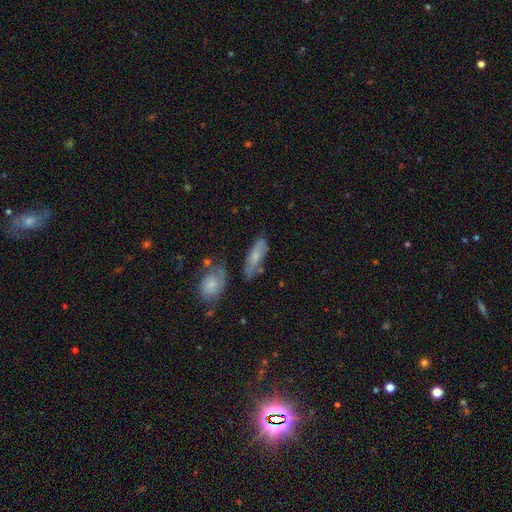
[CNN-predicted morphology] This appears to be a smooth galaxy with no disk features (58%) that is in between round and cigar-shaped (61%). Merging: none (53%).